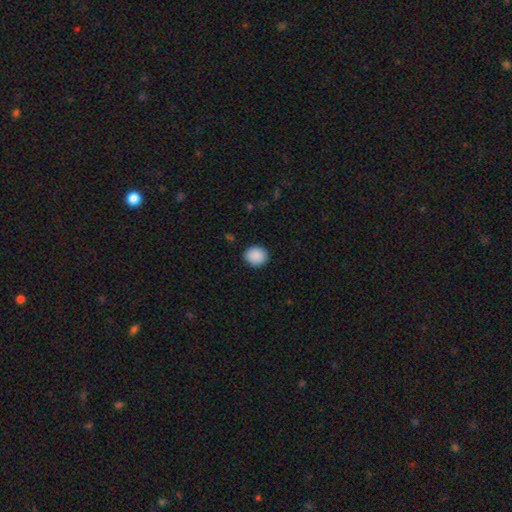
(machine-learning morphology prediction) Smooth or featured? smooth (90%)
How rounded? round (85%)
Merging? none (91%)